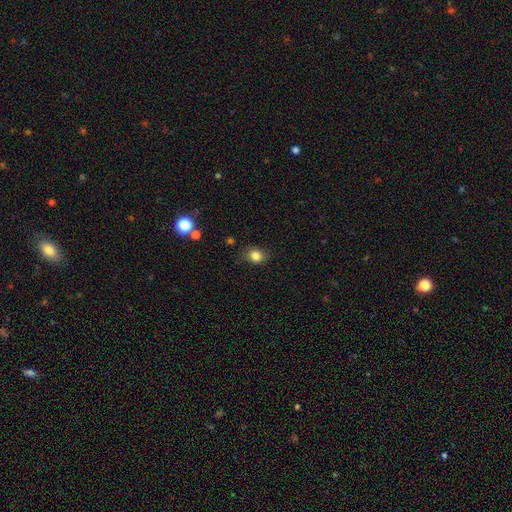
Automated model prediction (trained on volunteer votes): Smooth or featured? Predicted: smooth (p=0.83). How rounded? Predicted: round (p=0.67). Merging? Predicted: none (p=0.77).